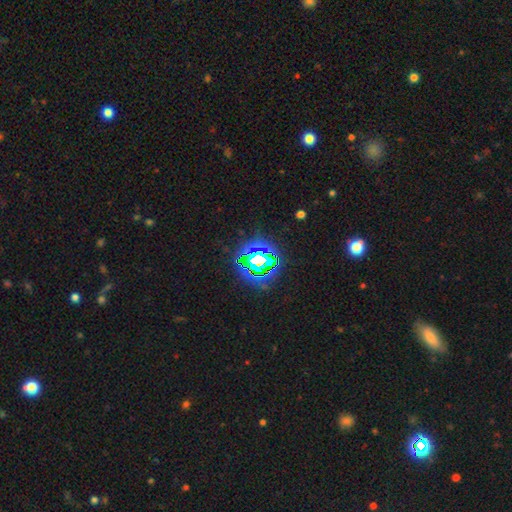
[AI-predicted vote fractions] Smooth or featured? Predicted: star or artifact (p=0.72).